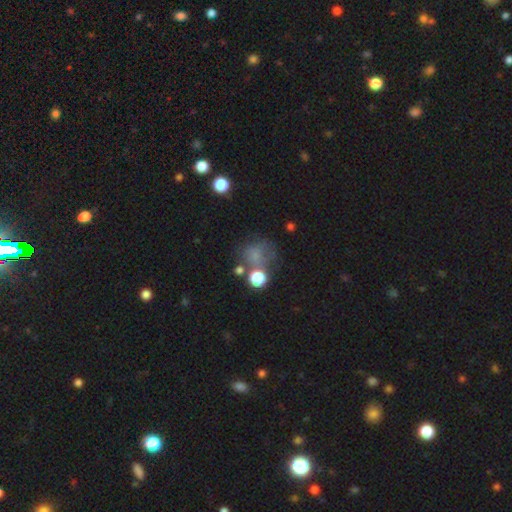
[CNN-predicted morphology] Smooth or featured? Predicted: smooth (p=0.61). How rounded? Predicted: round (p=0.70). Merging? Predicted: none (p=0.42).